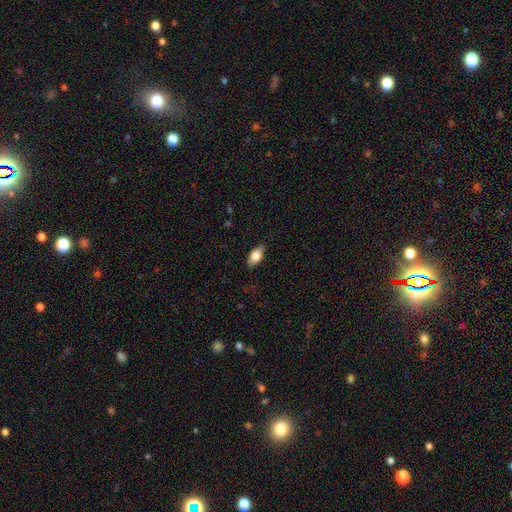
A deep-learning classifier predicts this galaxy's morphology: Smooth or featured: smooth — 73% (featured or disk — 20%)
How rounded: in between — 85% (cigar-shaped — 9%)
Merging: none — 81% (minor disturbance — 15%)